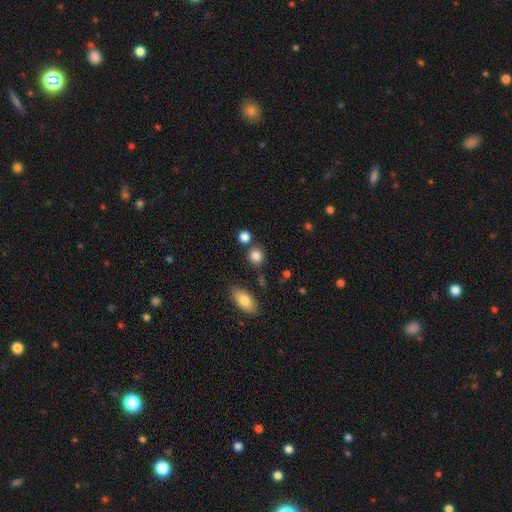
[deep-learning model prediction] This appears to be a smooth galaxy with no disk features (85%) that is round (84%). Merging: none (77%).